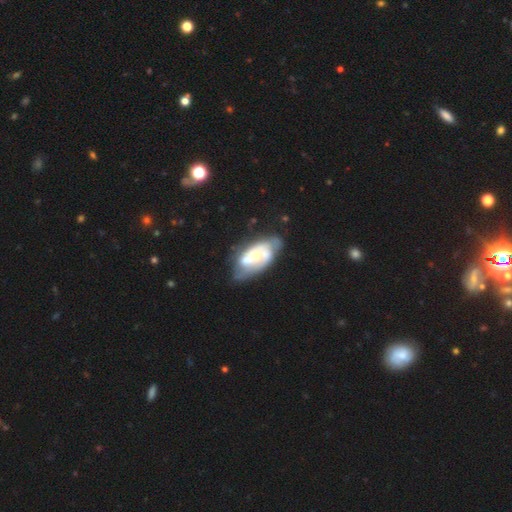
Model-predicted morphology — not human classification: The model was most divided on "bulge size": small: 44%, moderate: 40%, large: 8%, none: 6%, dominant: 2%. Remaining: edge-on disk — no (95%); bar — no (75%); smooth or featured — featured or disk (66%); spiral arms — yes (60%); merging — none (41%).